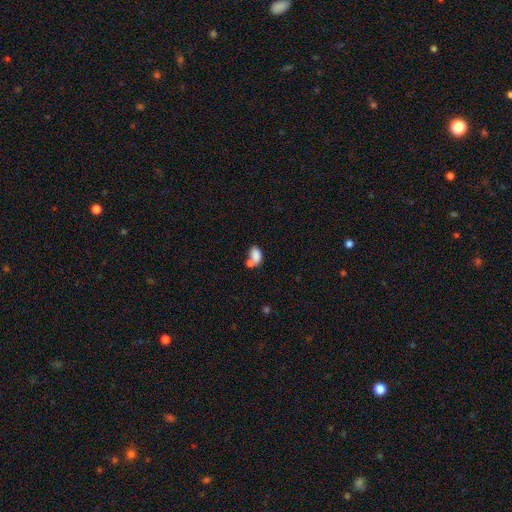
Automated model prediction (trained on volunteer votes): smooth-or-featured: smooth: 81% | featured or disk: 10% | star or artifact: 9%
  how-rounded: in between: 88% | round: 10% | cigar-shaped: 2%
  merging: merger: 48% | none: 34% | minor disturbance: 12% | major disturbance: 6%